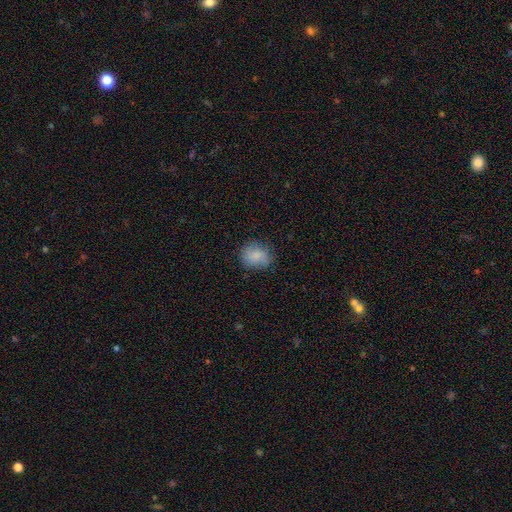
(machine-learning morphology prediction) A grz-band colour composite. It shows a smooth galaxy with no disk features (81%) that is round (55%). Merging: none (74%).